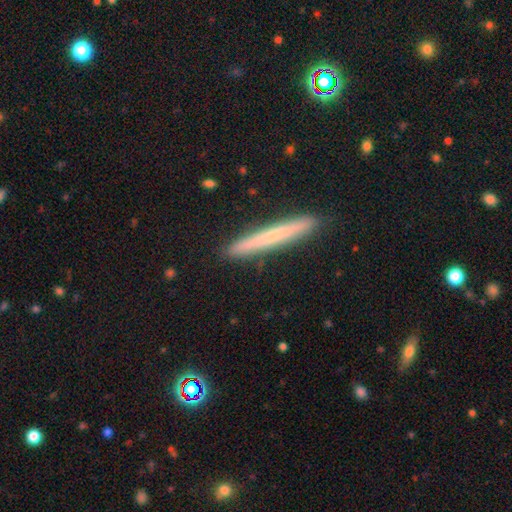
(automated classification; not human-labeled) Smooth or featured: smooth — 53% (featured or disk — 38%)
How rounded: cigar-shaped — 97% (in between — 2%)
Merging: none — 91% (minor disturbance — 7%)